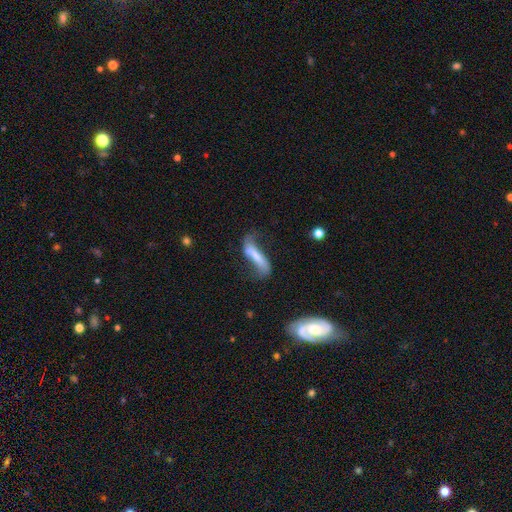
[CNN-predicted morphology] type=featured or disk (48%); merging=none (39%).